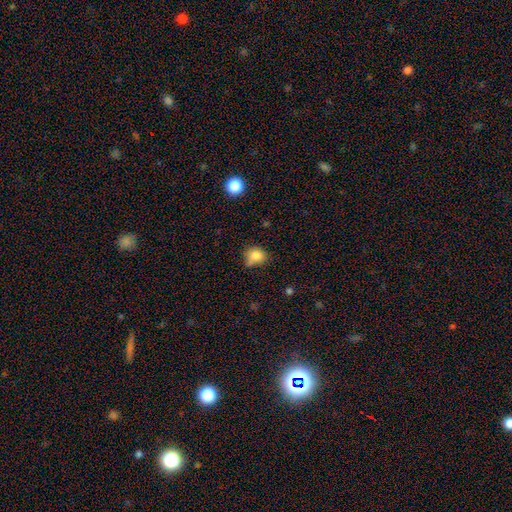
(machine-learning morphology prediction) The model was most divided on "merging": none: 47%, minor disturbance: 32%, merger: 10%, major disturbance: 10%. More confident: smooth or featured — smooth (79%); how rounded — round (62%).